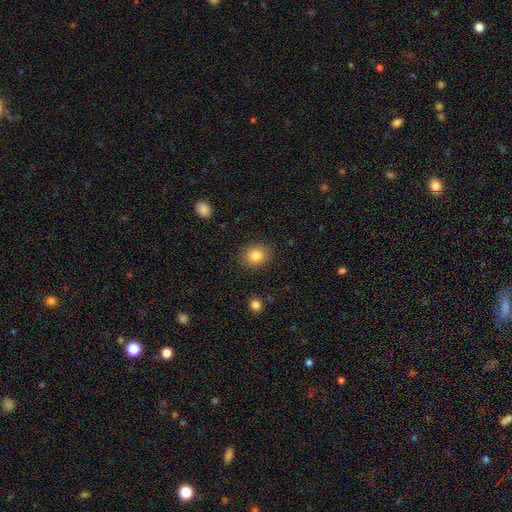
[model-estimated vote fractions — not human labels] A smooth galaxy with no disk features (82%) that is round (64%). Merging: none (88%).